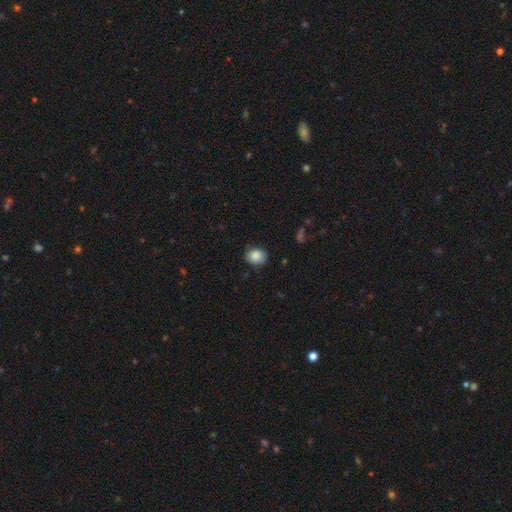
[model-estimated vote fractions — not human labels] smooth_or_featured: smooth (p=0.87) [alt: star or artifact p=0.08]
how_rounded: round (p=0.61) [alt: in between p=0.38]
merging: none (p=0.80) [alt: minor disturbance p=0.16]